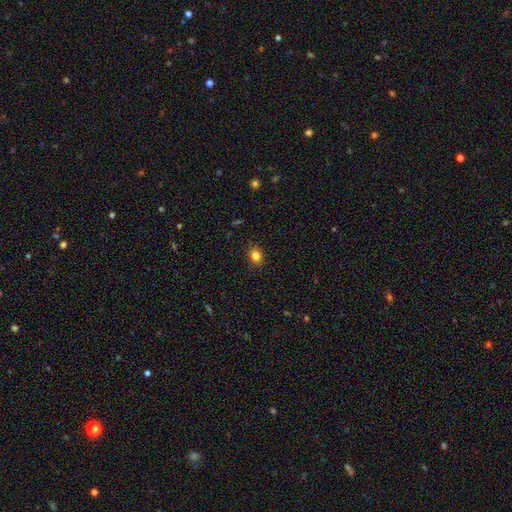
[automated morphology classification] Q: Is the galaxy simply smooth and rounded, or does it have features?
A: smooth — 83%.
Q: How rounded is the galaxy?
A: round — 50%.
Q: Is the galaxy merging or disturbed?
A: none — 88%.